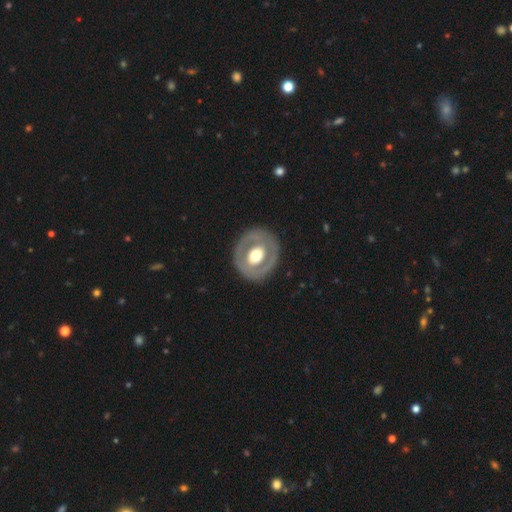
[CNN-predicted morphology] Smooth or featured? Predicted: featured or disk (p=0.58). Edge-on disk? Predicted: no (p=0.95). Bar? Predicted: no (p=0.73). Spiral arms? Predicted: no (p=0.87). Bulge size? Predicted: moderate (p=0.56). Merging? Predicted: none (p=0.83).